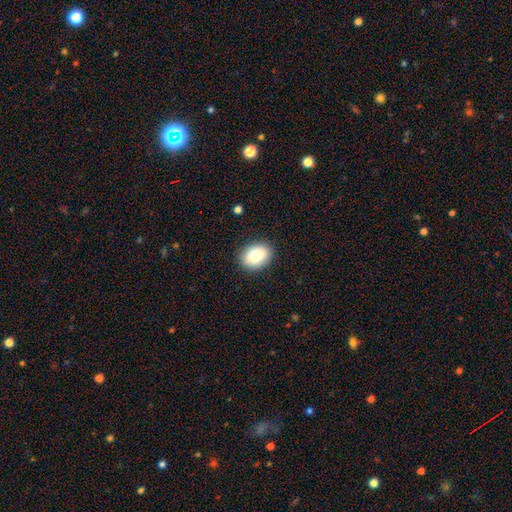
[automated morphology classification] Smooth or featured?
  - smooth: 85% *
  - star or artifact: 8%
  - featured or disk: 7%
How rounded?
  - in between: 76% *
  - round: 23%
  - cigar-shaped: 1%
Merging?
  - none: 88% *
  - minor disturbance: 9%
  - major disturbance: 2%
  - merger: 1%